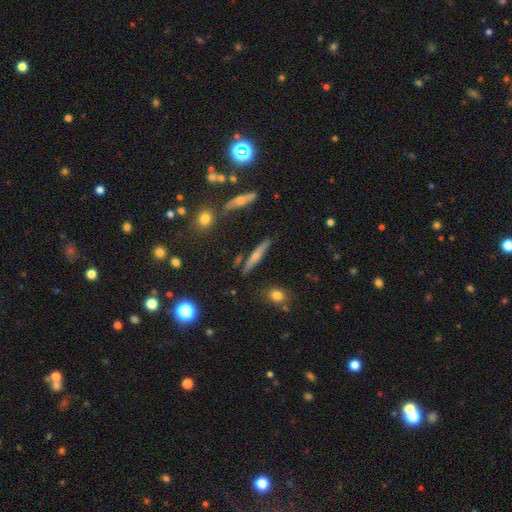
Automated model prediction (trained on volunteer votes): Smooth or featured? smooth (48%)
Merging? none (83%)